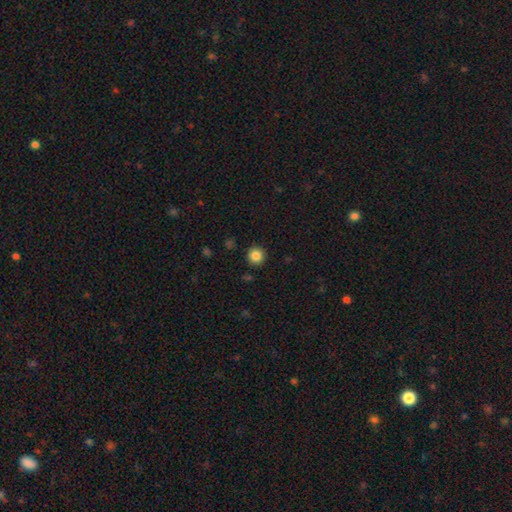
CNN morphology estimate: smooth 85%, star or artifact 11%, featured or disk 4%. Down the decision tree: how rounded — round (94%); merging — none (91%).